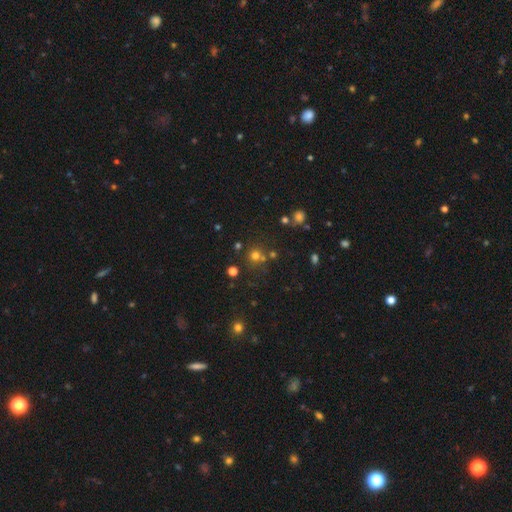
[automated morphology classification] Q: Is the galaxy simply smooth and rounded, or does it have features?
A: smooth — 65%.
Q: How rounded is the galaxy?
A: round — 91%.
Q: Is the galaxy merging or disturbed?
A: none — 70%.